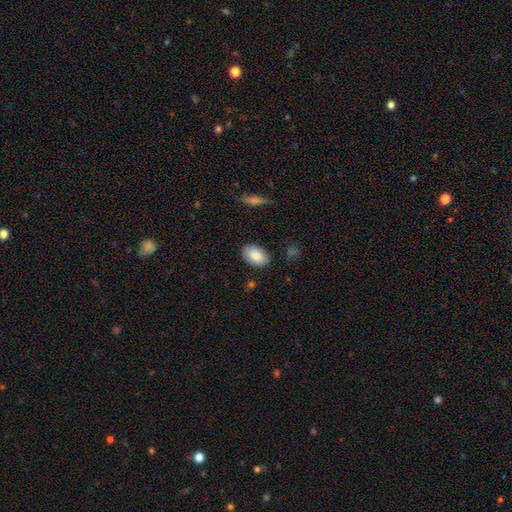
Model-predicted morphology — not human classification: type=smooth (83%); roundness=in between (91%); merging=none (85%).